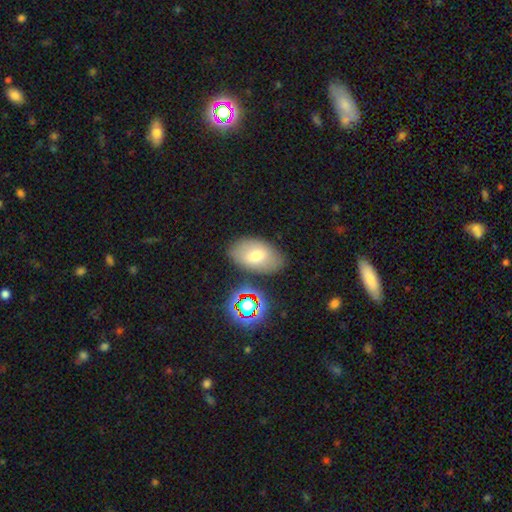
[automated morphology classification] smooth 65%, featured or disk 23%, star or artifact 12%. Down the decision tree: how rounded — in between (92%); merging — none (79%).